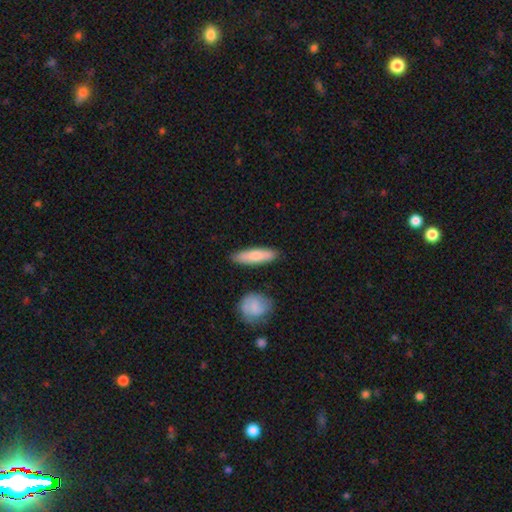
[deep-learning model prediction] Overall: smooth (76%). How rounded: cigar-shaped (59%; in between 39%). Merging: none (84%).